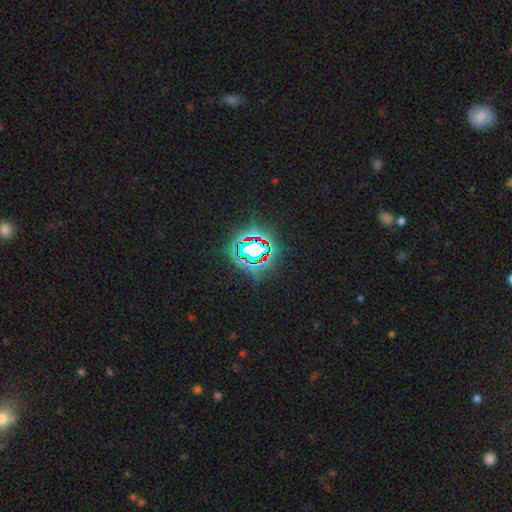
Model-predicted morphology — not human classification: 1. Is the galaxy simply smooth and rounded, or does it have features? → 75% star or artifact, 14% smooth, 12% featured or disk.